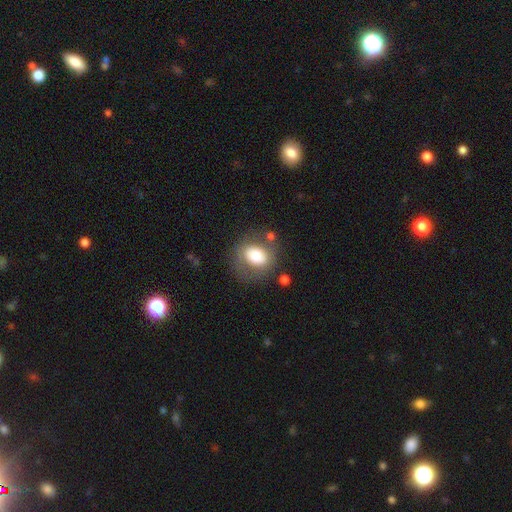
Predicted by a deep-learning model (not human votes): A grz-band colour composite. It shows a smooth galaxy with no disk features (68%) that is round (53%). Merging: none (65%).